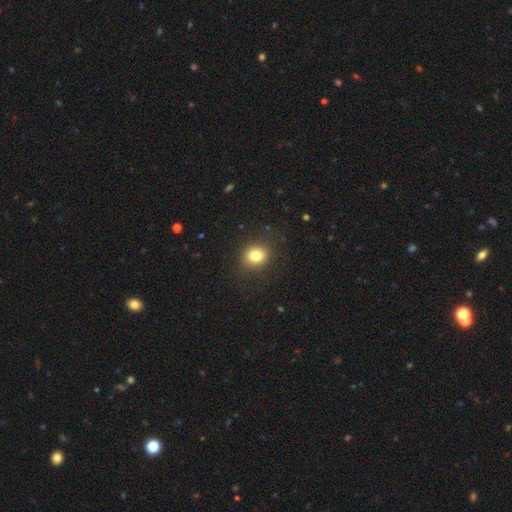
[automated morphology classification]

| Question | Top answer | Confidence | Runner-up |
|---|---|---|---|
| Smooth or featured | smooth | 80% | star or artifact (12%) |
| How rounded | round | 72% | in between (27%) |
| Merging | none | 89% | minor disturbance (8%) |